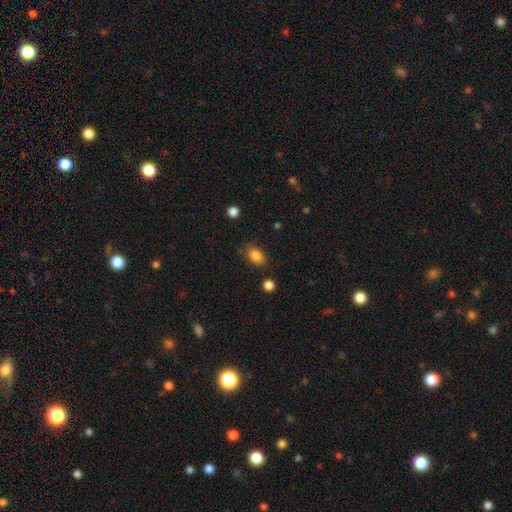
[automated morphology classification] This appears to be a smooth galaxy with no disk features (85%) that is in between round and cigar-shaped (81%). Merging: none (79%).